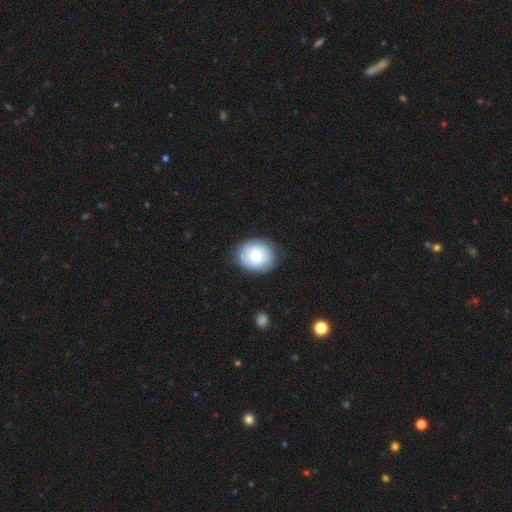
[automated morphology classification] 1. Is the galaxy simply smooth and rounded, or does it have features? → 76% smooth, 18% featured or disk, 7% star or artifact.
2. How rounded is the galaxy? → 58% round, 42% in between, 1% cigar-shaped.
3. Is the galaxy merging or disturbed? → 78% none, 16% minor disturbance, 4% major disturbance, 1% merger.